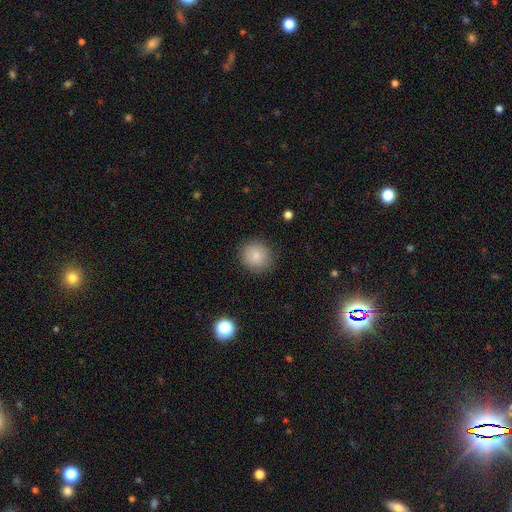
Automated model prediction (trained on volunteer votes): Smooth or featured? smooth (84%)
How rounded? round (89%)
Merging? none (89%)